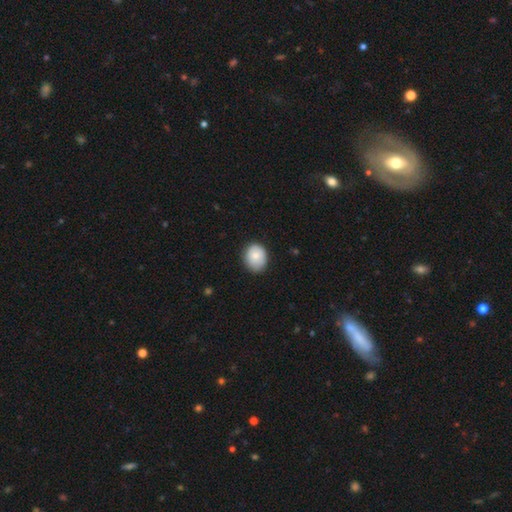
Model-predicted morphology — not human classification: smooth-or-featured: smooth: 80% | featured or disk: 12% | star or artifact: 7%
  how-rounded: round: 54% | in between: 45% | cigar-shaped: 1%
  merging: none: 79% | minor disturbance: 17% | major disturbance: 3% | merger: 1%